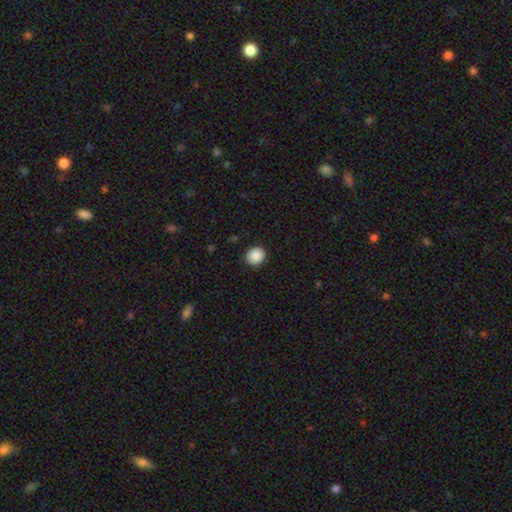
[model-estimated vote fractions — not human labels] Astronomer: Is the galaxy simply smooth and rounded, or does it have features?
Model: smooth — 89%.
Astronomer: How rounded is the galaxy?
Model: round — 84%.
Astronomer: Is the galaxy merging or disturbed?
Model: none — 91%.